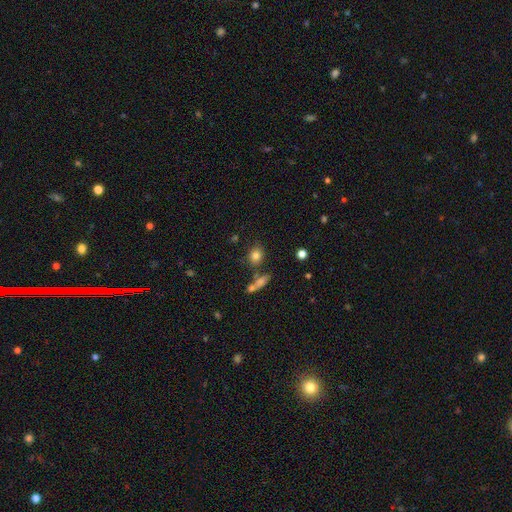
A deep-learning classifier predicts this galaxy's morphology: The model was most divided on "how rounded": round: 59%, in between: 38%, cigar-shaped: 2%. More confident: smooth or featured — smooth (80%); merging — none (74%).